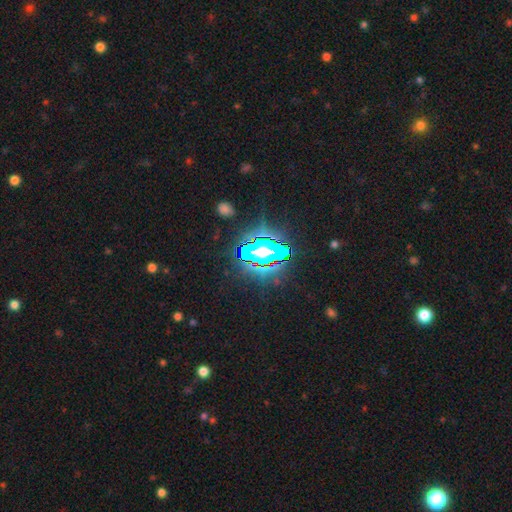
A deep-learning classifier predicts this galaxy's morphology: smooth_or_featured: star or artifact (p=0.64) [alt: smooth p=0.20]